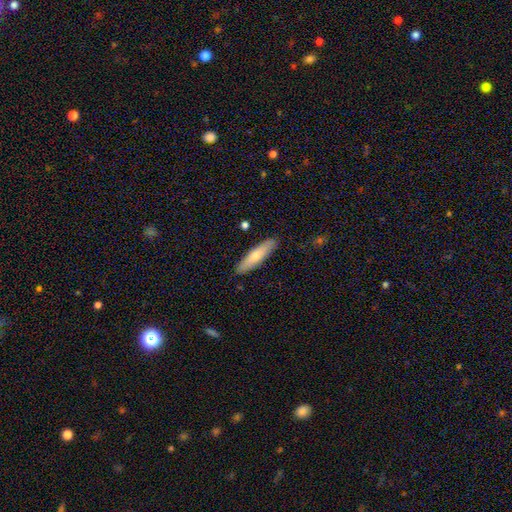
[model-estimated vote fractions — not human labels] smooth-or-featured: smooth: 68% | featured or disk: 26% | star or artifact: 6%
  how-rounded: cigar-shaped: 68% | in between: 31% | round: 2%
  merging: none: 88% | minor disturbance: 9% | major disturbance: 2% | merger: 1%